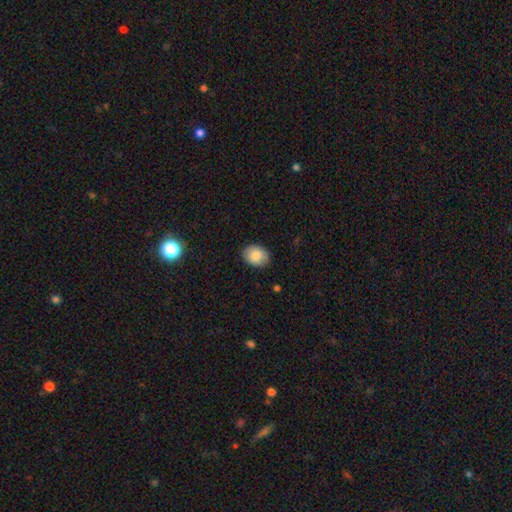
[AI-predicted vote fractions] Q: Smooth or featured?
A: smooth (84%); runner-up: featured or disk (9%)
Q: How rounded?
A: in between (68%); runner-up: round (31%)
Q: Merging?
A: none (86%); runner-up: minor disturbance (11%)